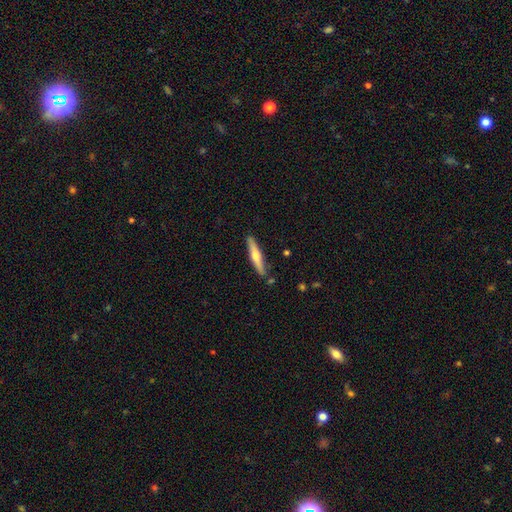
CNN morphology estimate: A featured or disk galaxy (49%).

Vote fractions:
- Smooth or featured? featured or disk: 49% / smooth: 46% / star or artifact: 5%
- Merging? none: 86% / minor disturbance: 10% / merger: 3% / major disturbance: 2%